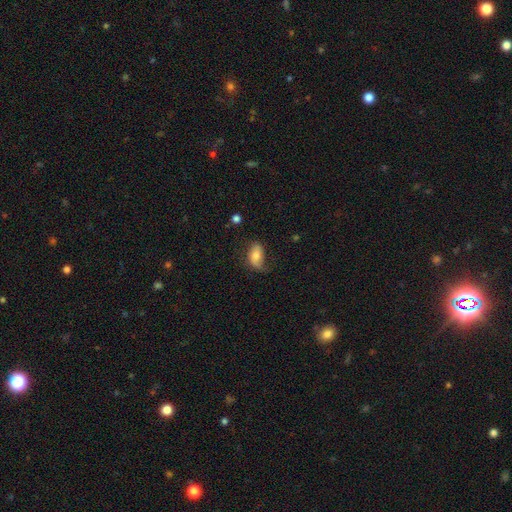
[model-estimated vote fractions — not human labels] A smooth galaxy with no disk features (60%) that is in between round and cigar-shaped (89%). Merging: none (47%).